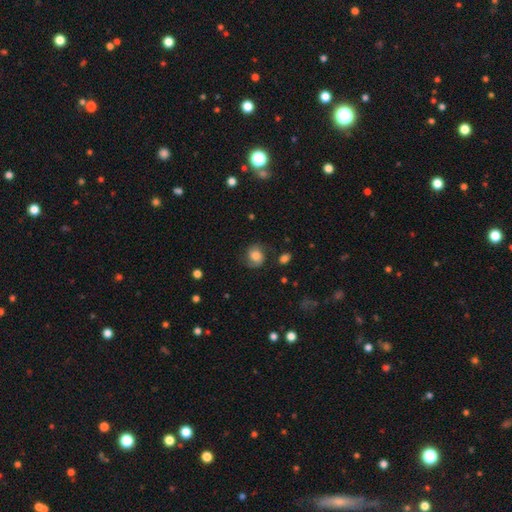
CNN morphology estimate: Overall: featured or disk (51%; smooth 39%). Edge-on disk: no (97%). Merging: none (71%).